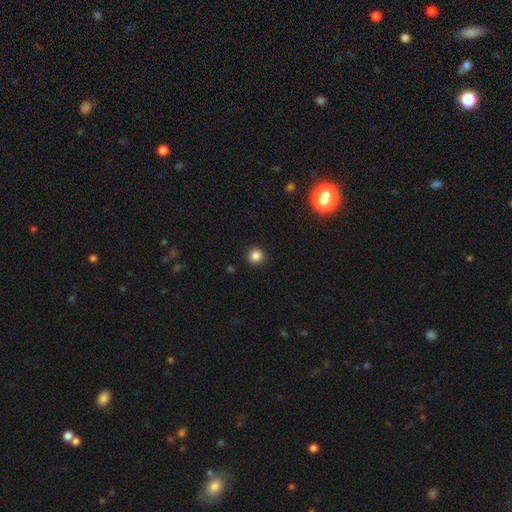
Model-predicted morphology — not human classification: Q: Smooth or featured?
A: smooth (85%); runner-up: star or artifact (12%)
Q: How rounded?
A: round (95%); runner-up: in between (4%)
Q: Merging?
A: none (93%); runner-up: minor disturbance (4%)